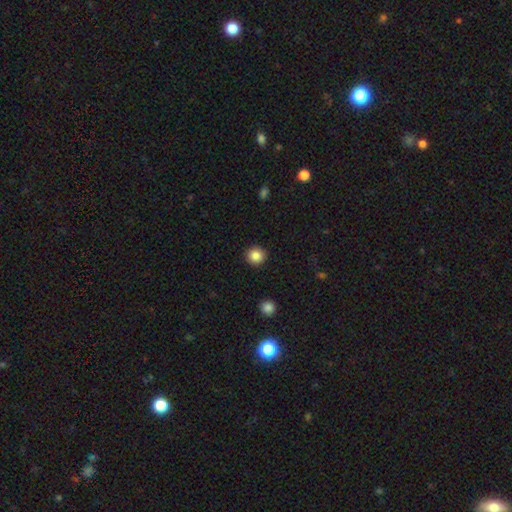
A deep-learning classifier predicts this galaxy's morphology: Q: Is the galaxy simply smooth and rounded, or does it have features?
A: smooth — 86%.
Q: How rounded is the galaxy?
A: round — 93%.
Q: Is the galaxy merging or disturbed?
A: none — 92%.